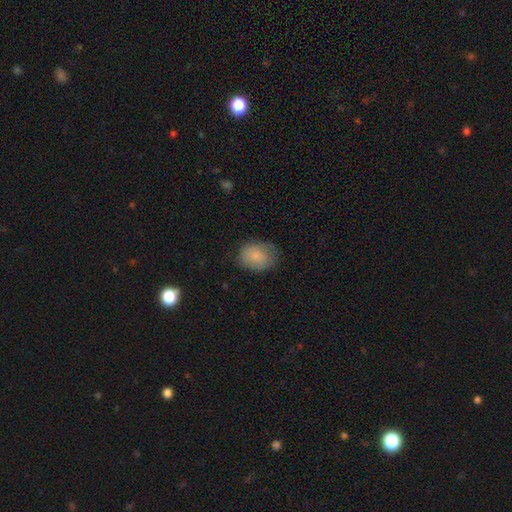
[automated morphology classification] A smooth galaxy with no disk features (81%) that is in between round and cigar-shaped (63%). Merging: none (69%).